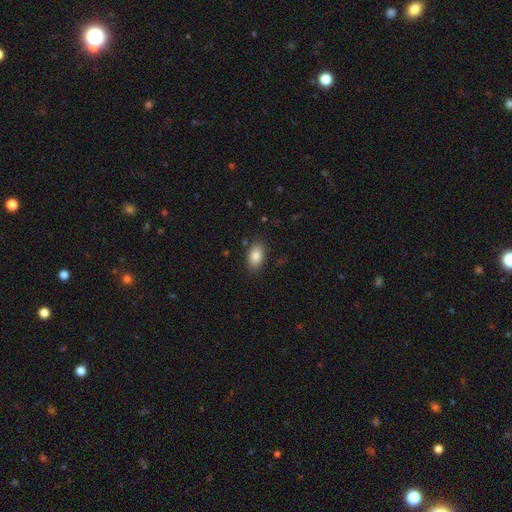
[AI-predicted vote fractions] A smooth galaxy with no disk features (86%) that is in between round and cigar-shaped (91%). Merging: none (85%).